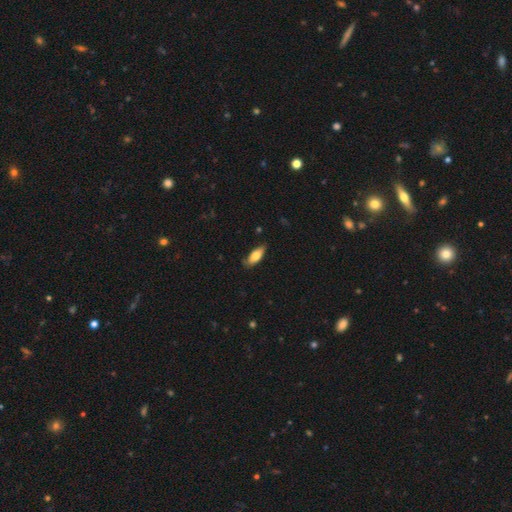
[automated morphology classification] This appears to be a smooth galaxy with no disk features (75%) that is in between round and cigar-shaped (78%). Merging: none (78%).